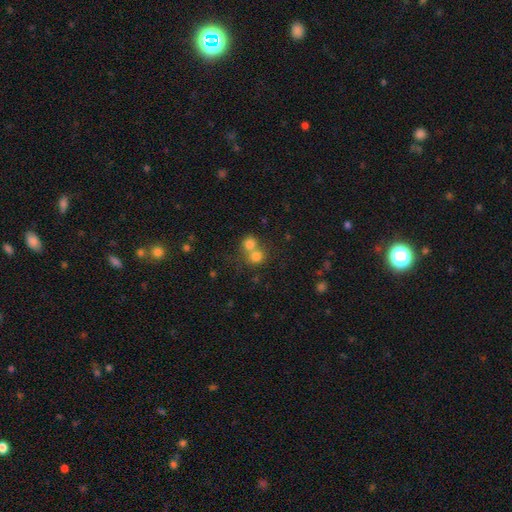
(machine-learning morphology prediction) This appears to be a smooth galaxy with no disk features (76%) that is round (84%). Merging: merger (52%).